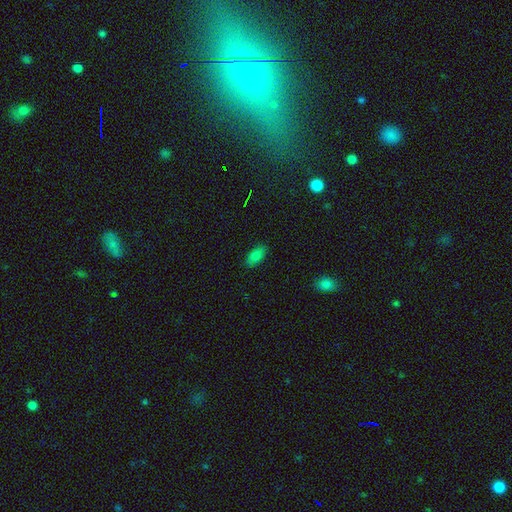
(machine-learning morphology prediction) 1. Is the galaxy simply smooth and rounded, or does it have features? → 81% smooth, 11% star or artifact, 8% featured or disk.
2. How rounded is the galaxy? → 91% in between, 6% cigar-shaped, 3% round.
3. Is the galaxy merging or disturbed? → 85% none, 11% minor disturbance, 2% major disturbance, 1% merger.